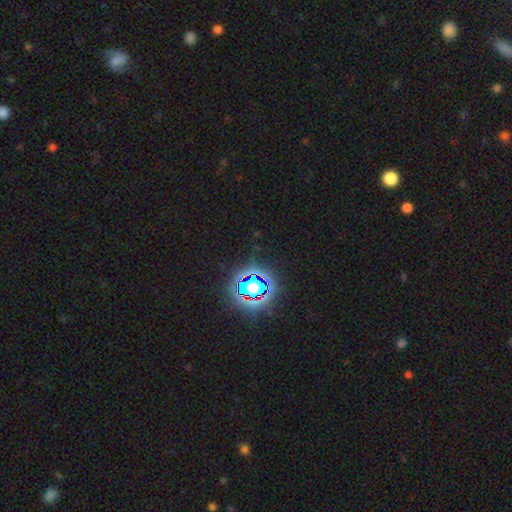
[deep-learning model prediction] This appears to be a star or artifact, not a galaxy (80%).